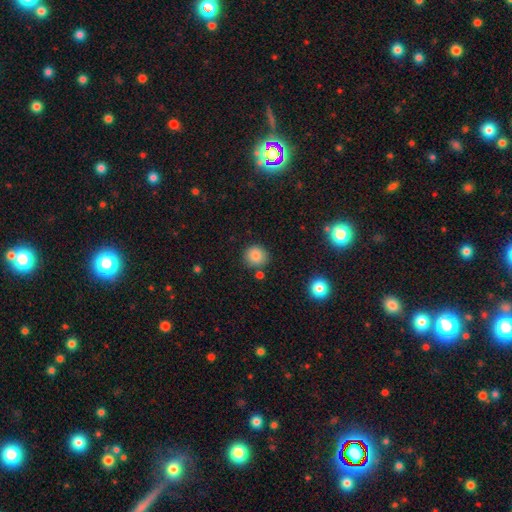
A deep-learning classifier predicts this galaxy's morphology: This appears to be a smooth galaxy with no disk features (83%) that is round (88%). Merging: none (82%).